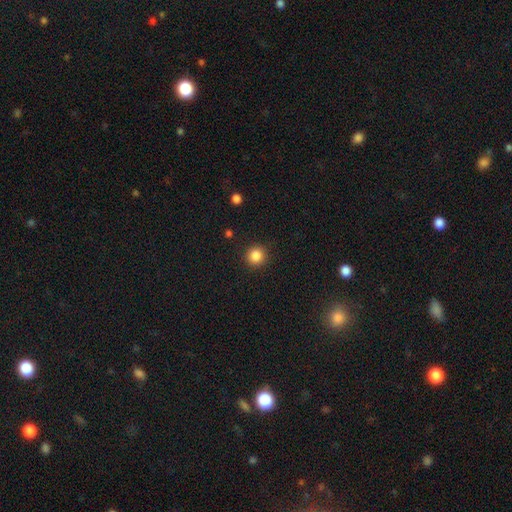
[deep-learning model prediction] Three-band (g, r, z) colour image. It shows a smooth galaxy with no disk features (86%) that is round (94%). Merging: none (91%).